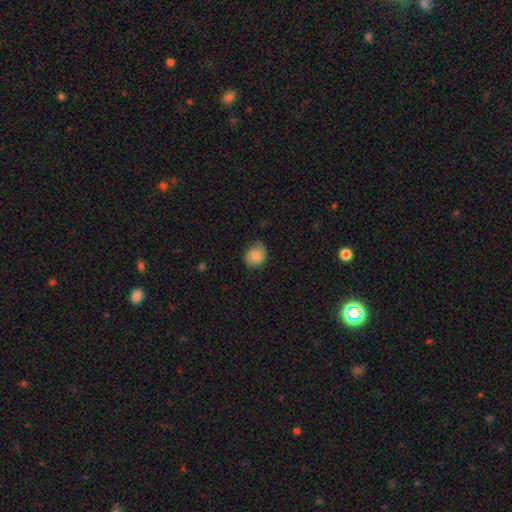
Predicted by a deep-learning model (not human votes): Smooth or featured? Predicted: smooth (p=0.75). How rounded? Predicted: round (p=0.66). Merging? Predicted: none (p=0.61).